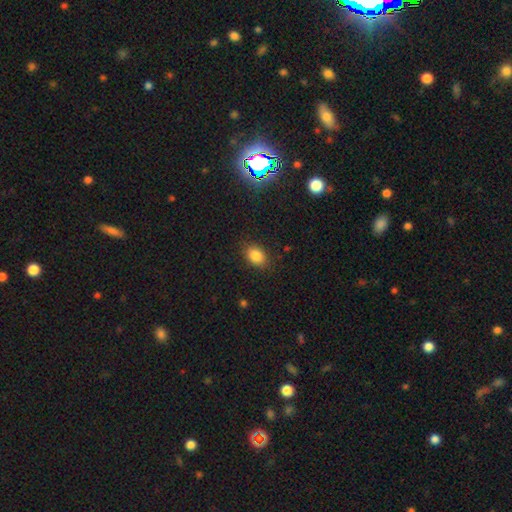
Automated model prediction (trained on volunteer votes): Smooth or featured? Predicted: smooth (p=0.84). How rounded? Predicted: in between (p=0.75). Merging? Predicted: none (p=0.84).